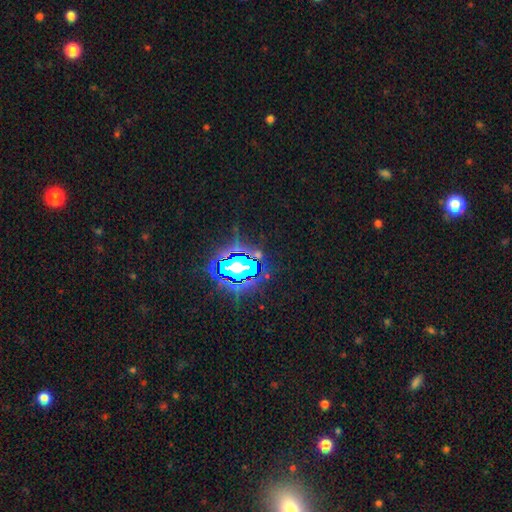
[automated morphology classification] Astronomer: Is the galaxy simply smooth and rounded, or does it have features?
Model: star or artifact — 68%.